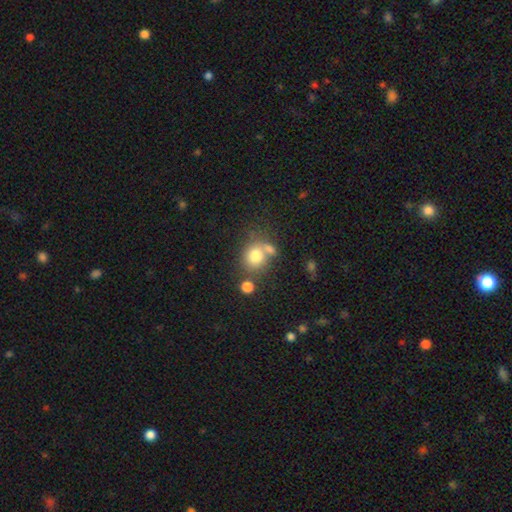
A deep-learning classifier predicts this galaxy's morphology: smooth_or_featured: smooth (p=0.77) [alt: featured or disk p=0.12]
how_rounded: round (p=0.75) [alt: in between p=0.24]
merging: none (p=0.49) [alt: merger p=0.31]